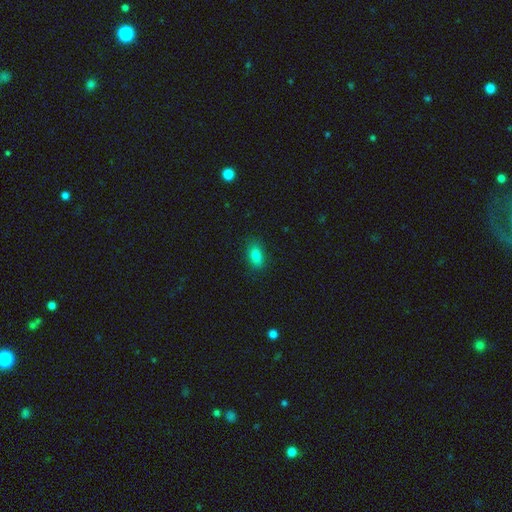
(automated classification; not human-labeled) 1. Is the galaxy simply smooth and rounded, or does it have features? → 84% smooth, 10% star or artifact, 6% featured or disk.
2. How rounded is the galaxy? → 87% in between, 7% round, 6% cigar-shaped.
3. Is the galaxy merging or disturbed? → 85% none, 11% minor disturbance, 3% major disturbance, 1% merger.